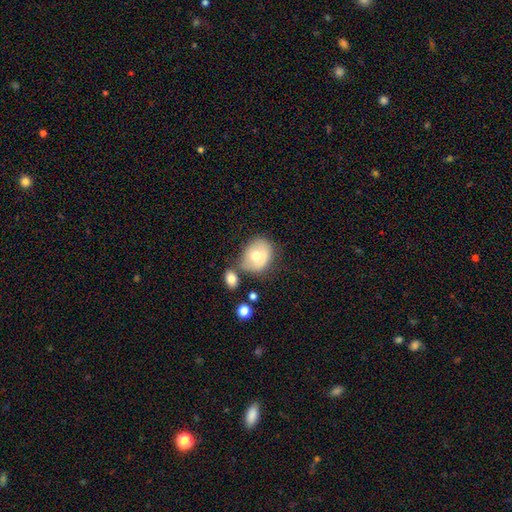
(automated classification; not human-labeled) Smooth or featured? smooth (65%)
How rounded? in between (51%)
Merging? none (50%)